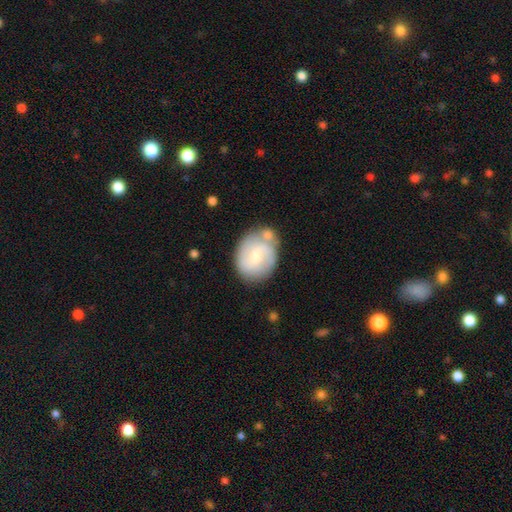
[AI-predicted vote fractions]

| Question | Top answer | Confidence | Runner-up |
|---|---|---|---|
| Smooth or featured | featured or disk | 60% | smooth (34%) |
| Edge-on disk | no | 97% | yes (3%) |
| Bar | weak | 59% | no (29%) |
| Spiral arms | yes | 85% | no (15%) |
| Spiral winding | medium | 48% | loose (27%) |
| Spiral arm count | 2 | 79% | can't tell (12%) |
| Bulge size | small | 54% | moderate (38%) |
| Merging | none | 62% | minor disturbance (18%) |